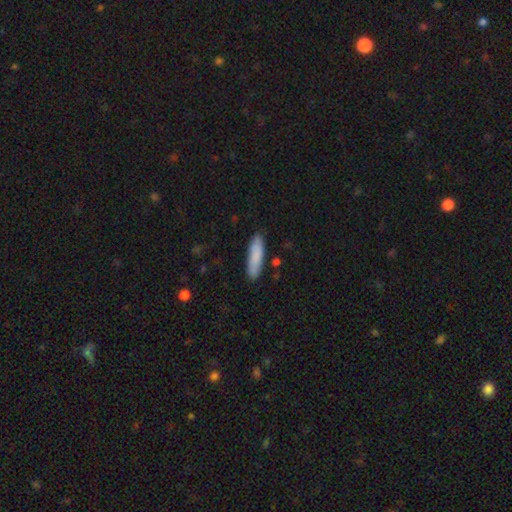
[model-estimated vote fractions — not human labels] smooth 86%, featured or disk 8%, star or artifact 6%. Down the decision tree: how rounded — cigar-shaped (70%); merging — none (86%).